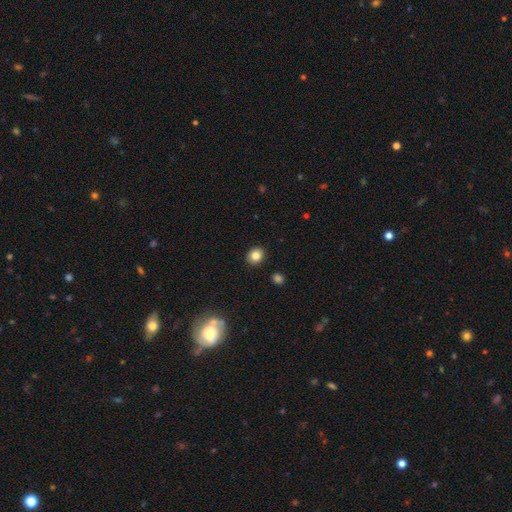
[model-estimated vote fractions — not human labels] Q: Smooth or featured?
A: smooth (84%); runner-up: star or artifact (10%)
Q: How rounded?
A: round (71%); runner-up: in between (29%)
Q: Merging?
A: none (91%); runner-up: minor disturbance (6%)